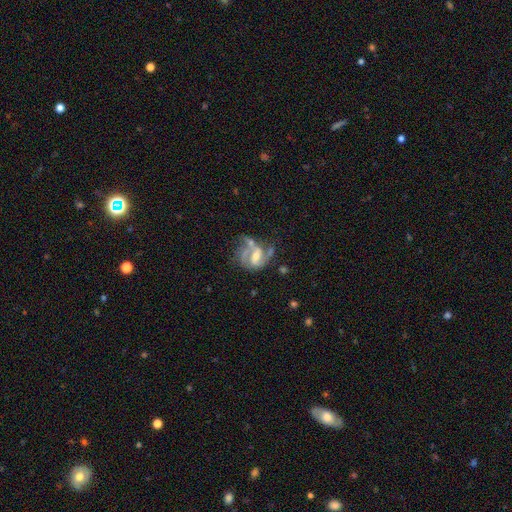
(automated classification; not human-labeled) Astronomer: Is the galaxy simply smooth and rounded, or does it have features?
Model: featured or disk — 82%.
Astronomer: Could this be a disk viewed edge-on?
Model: no — 98%.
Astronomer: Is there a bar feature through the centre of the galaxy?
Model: weak — 50% (runner-up: strong, 26%).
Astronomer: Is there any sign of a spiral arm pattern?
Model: yes — 91%.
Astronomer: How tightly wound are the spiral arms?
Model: medium — 51%.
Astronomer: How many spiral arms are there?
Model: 2 — 63%.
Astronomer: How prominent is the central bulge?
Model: moderate — 49% (runner-up: small, 32%).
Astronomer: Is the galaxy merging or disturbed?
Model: none — 36% (runner-up: major disturbance, 27%).